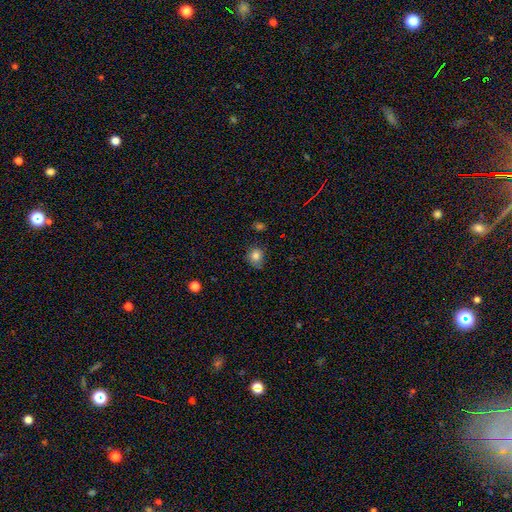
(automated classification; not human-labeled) A smooth galaxy with no disk features (83%) that is round (76%).

Vote fractions:
- Smooth or featured? smooth: 83% / star or artifact: 11% / featured or disk: 6%
- How rounded? round: 76% / in between: 23% / cigar-shaped: 1%
- Merging? none: 71% / minor disturbance: 22% / major disturbance: 5% / merger: 2%